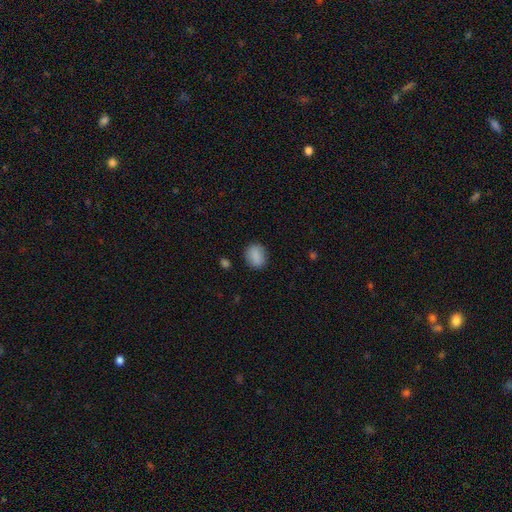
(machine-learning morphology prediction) This appears to be a smooth galaxy with no disk features (87%) that is round (50%). Merging: none (85%).